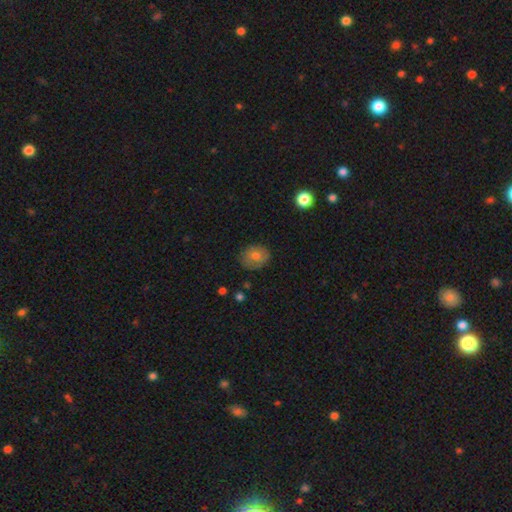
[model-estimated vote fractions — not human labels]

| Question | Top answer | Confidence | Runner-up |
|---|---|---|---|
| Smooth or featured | smooth | 71% | featured or disk (20%) |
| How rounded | round | 59% | in between (40%) |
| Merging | none | 75% | minor disturbance (19%) |